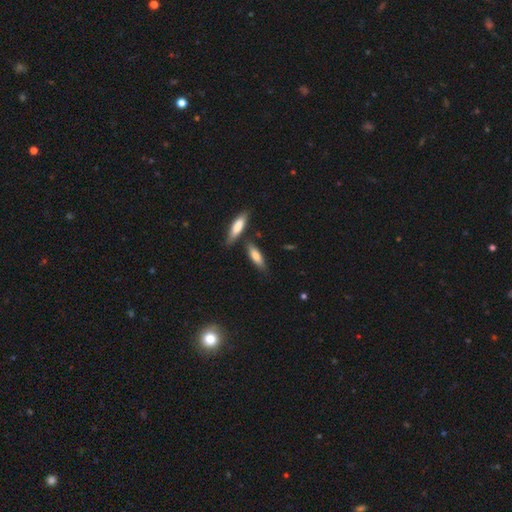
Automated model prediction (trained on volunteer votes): This is likely a smooth galaxy (74%). How rounded: possibly cigar-shaped (53%). Merging: likely none (71%).